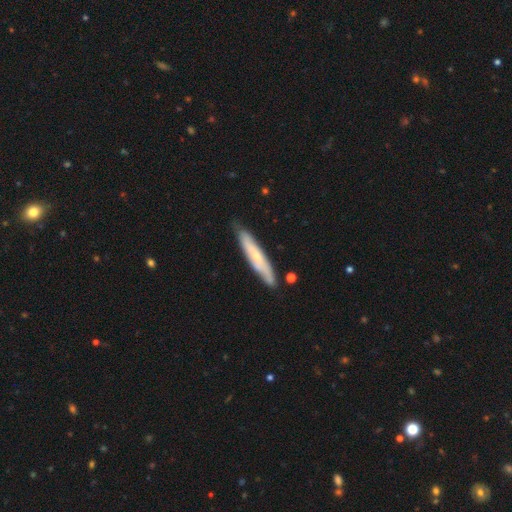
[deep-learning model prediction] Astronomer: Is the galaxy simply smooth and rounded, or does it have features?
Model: featured or disk — 47%, tied with smooth at 47%.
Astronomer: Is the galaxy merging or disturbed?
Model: none — 80%.